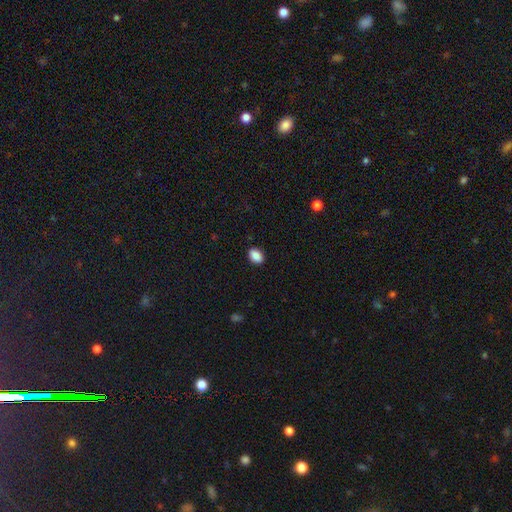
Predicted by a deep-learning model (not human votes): Smooth or featured? Predicted: smooth (p=0.89). How rounded? Predicted: in between (p=0.80). Merging? Predicted: none (p=0.89).